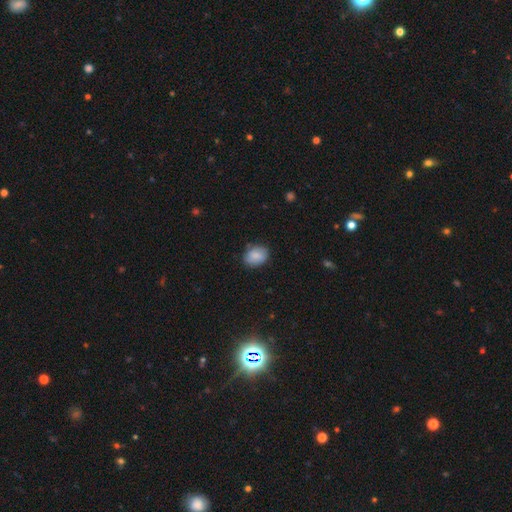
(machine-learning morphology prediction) Q: Smooth or featured?
A: smooth (84%); runner-up: featured or disk (8%)
Q: How rounded?
A: in between (66%); runner-up: round (32%)
Q: Merging?
A: none (79%); runner-up: minor disturbance (17%)